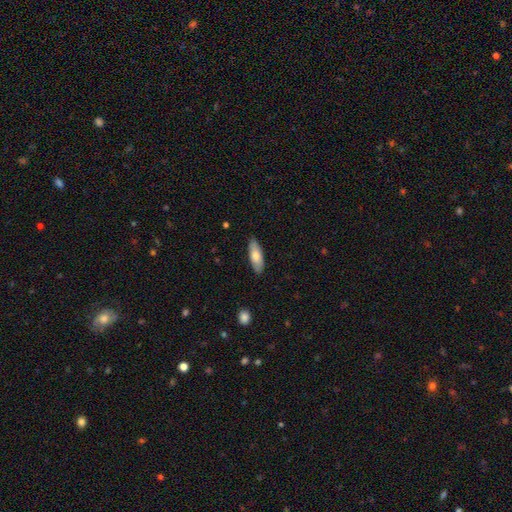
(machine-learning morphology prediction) Overall: smooth (73%). How rounded: in between (67%; cigar-shaped 32%). Merging: none (86%).